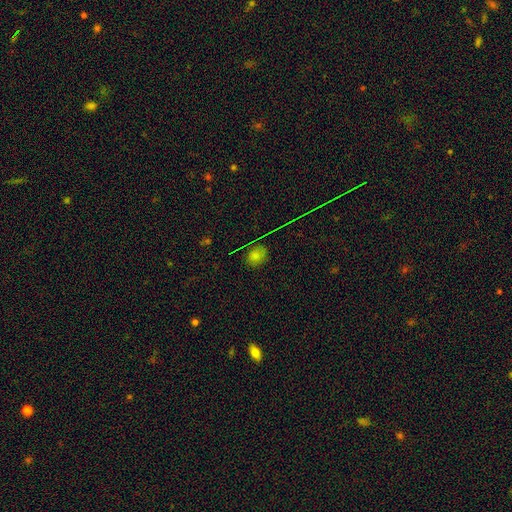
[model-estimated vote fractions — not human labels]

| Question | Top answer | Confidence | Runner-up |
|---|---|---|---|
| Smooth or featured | smooth | 70% | star or artifact (23%) |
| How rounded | round | 64% | in between (35%) |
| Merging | none | 80% | minor disturbance (15%) |